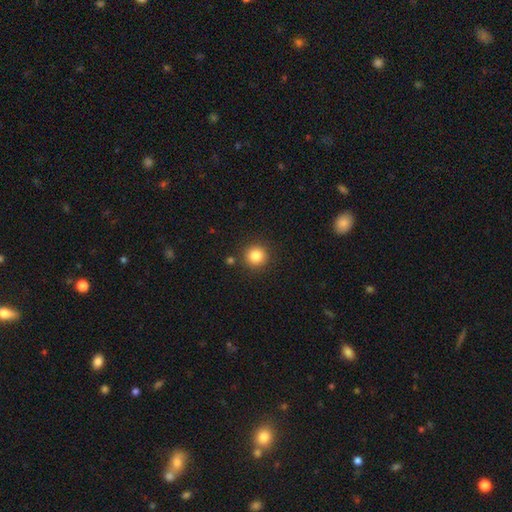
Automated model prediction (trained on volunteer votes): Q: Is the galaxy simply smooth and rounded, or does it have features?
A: smooth — 84%.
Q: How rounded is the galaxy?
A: round — 94%.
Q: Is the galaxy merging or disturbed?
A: none — 88%.